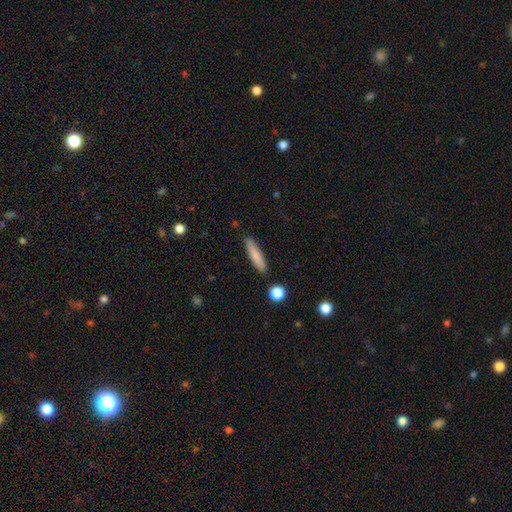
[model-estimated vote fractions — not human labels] Morphology: type=smooth (81%); roundness=cigar-shaped (85%); merging=none (87%).